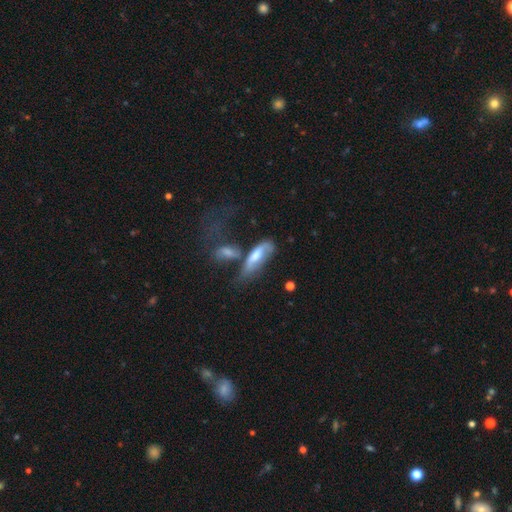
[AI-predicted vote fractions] The model was most divided on "merging": merger: 32%, none: 26%, major disturbance: 22%, minor disturbance: 20%. More confident: how rounded — in between (66%); smooth or featured — smooth (55%).